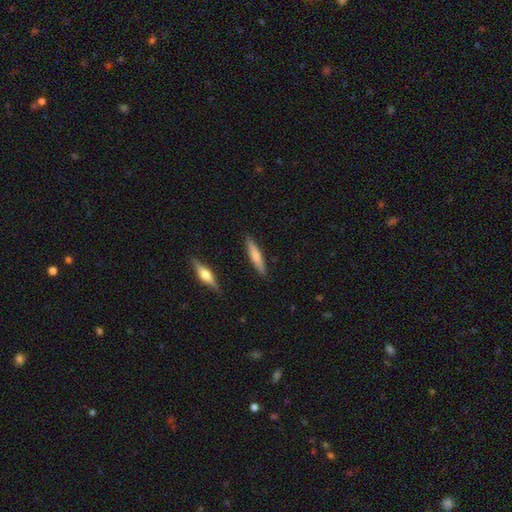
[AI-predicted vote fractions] Smooth or featured? smooth (59%)
How rounded? cigar-shaped (86%)
Merging? none (88%)